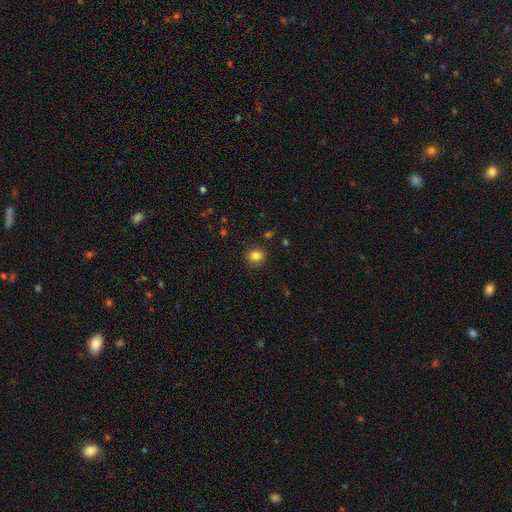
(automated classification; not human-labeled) A smooth galaxy with no disk features (83%) that is round (87%).

Vote fractions:
- Smooth or featured? smooth: 83% / star or artifact: 11% / featured or disk: 5%
- How rounded? round: 87% / in between: 12% / cigar-shaped: 1%
- Merging? none: 89% / minor disturbance: 8% / major disturbance: 2% / merger: 1%